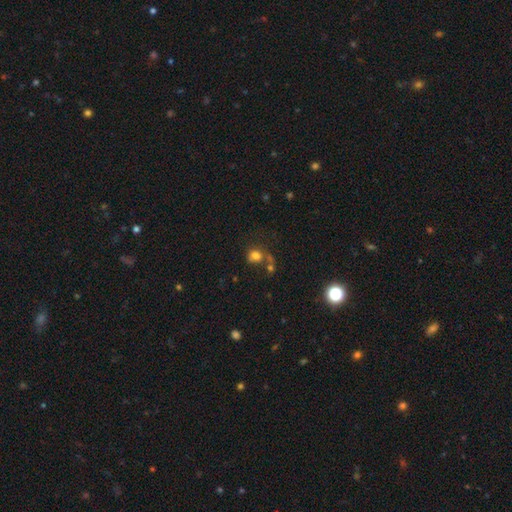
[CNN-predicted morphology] smooth 76%, star or artifact 13%, featured or disk 11%. Down the decision tree: how rounded — round (71%); merging — none (43%).